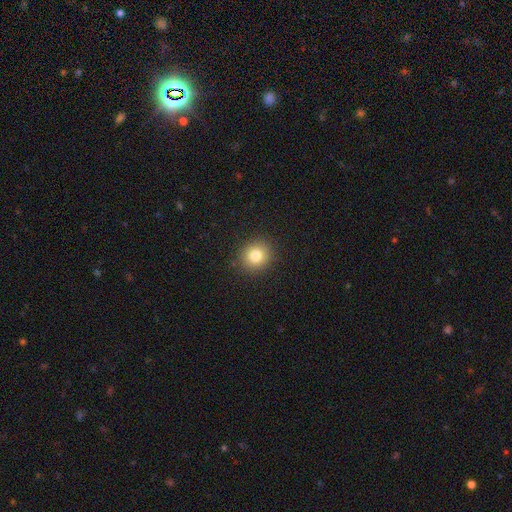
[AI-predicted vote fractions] This appears to be a smooth galaxy with no disk features (81%) that is round (84%). Merging: none (91%).